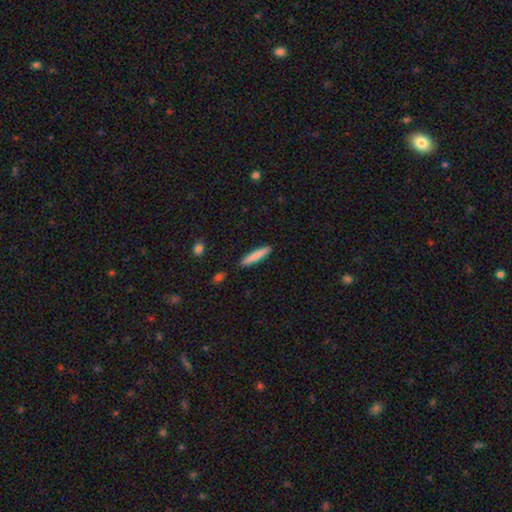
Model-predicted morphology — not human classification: The model was most divided on "smooth or featured": smooth: 79%, featured or disk: 16%, star or artifact: 6%. More confident: how rounded — cigar-shaped (91%); merging — none (90%).